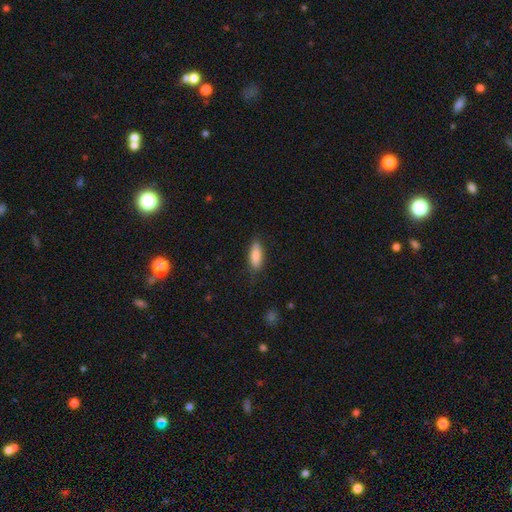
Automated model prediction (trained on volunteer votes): Smooth or featured?
  - smooth: 84% *
  - featured or disk: 9%
  - star or artifact: 6%
How rounded?
  - in between: 68% *
  - cigar-shaped: 30%
  - round: 2%
Merging?
  - none: 79% *
  - minor disturbance: 16%
  - major disturbance: 4%
  - merger: 1%